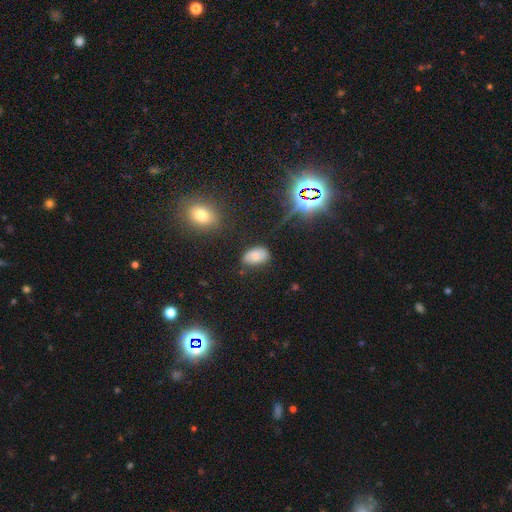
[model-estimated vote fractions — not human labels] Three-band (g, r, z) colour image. It shows a smooth galaxy with no disk features (76%) that is in between round and cigar-shaped (93%). Merging: none (70%).